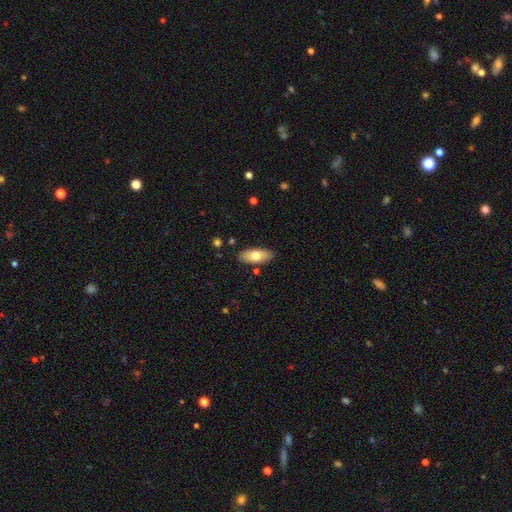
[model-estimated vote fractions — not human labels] Q: Smooth or featured?
A: smooth (71%); runner-up: featured or disk (23%)
Q: How rounded?
A: in between (85%); runner-up: cigar-shaped (12%)
Q: Merging?
A: none (86%); runner-up: minor disturbance (10%)